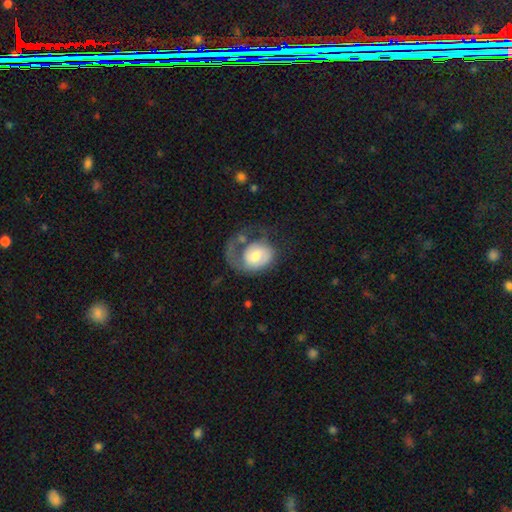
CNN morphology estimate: type=featured or disk (56%); edge-on=no (97%); bar=no (64%); spiral arms=yes (76%); bulge=moderate (57%); merging=major disturbance (49%).